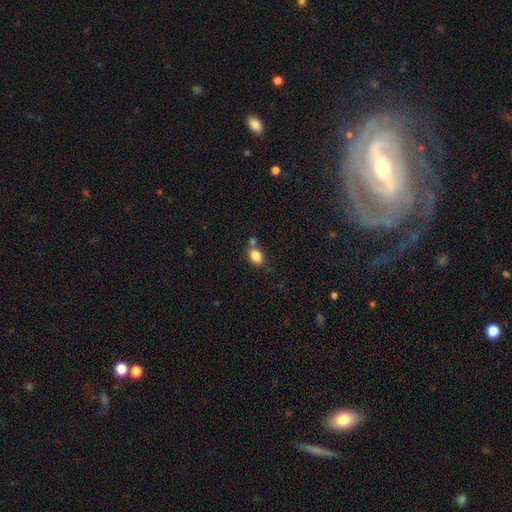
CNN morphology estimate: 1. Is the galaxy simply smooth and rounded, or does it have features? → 85% smooth, 9% star or artifact, 6% featured or disk.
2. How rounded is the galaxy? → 70% in between, 29% round, 1% cigar-shaped.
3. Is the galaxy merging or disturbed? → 62% none, 22% merger, 12% minor disturbance, 4% major disturbance.